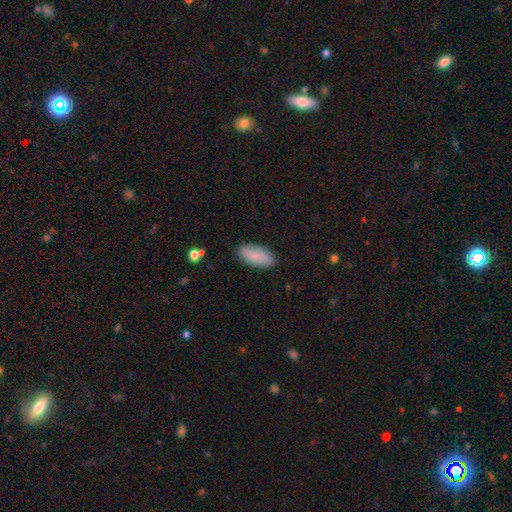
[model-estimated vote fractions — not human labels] Smooth or featured?
  - smooth: 86% *
  - featured or disk: 8%
  - star or artifact: 6%
How rounded?
  - in between: 85% *
  - cigar-shaped: 13%
  - round: 2%
Merging?
  - none: 87% *
  - minor disturbance: 10%
  - major disturbance: 2%
  - merger: 1%